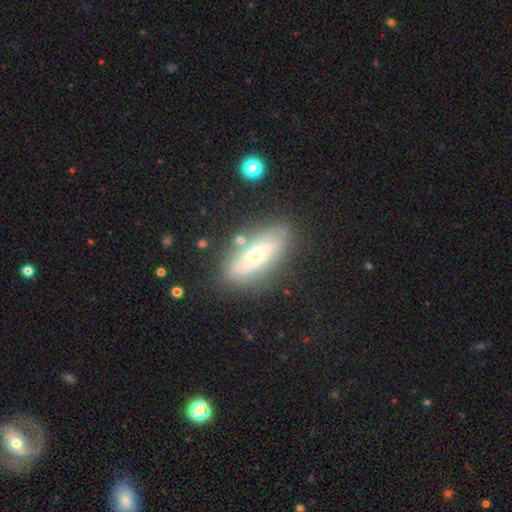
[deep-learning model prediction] This appears to be a featured or disk galaxy (63%). Merging: none (75%).